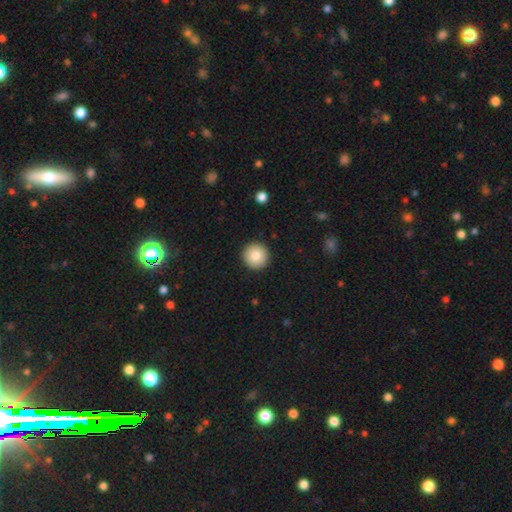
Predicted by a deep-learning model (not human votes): Smooth or featured?
  - smooth: 85% *
  - star or artifact: 8%
  - featured or disk: 7%
How rounded?
  - round: 96% *
  - in between: 3%
  - cigar-shaped: 1%
Merging?
  - none: 93% *
  - minor disturbance: 5%
  - major disturbance: 2%
  - merger: 1%